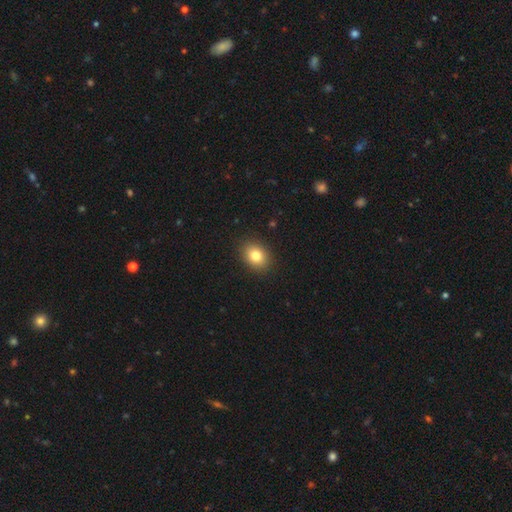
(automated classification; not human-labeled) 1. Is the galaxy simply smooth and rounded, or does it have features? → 82% smooth, 10% star or artifact, 8% featured or disk.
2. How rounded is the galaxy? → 57% in between, 42% round, 1% cigar-shaped.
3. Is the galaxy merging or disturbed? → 90% none, 7% minor disturbance, 2% major disturbance, 1% merger.